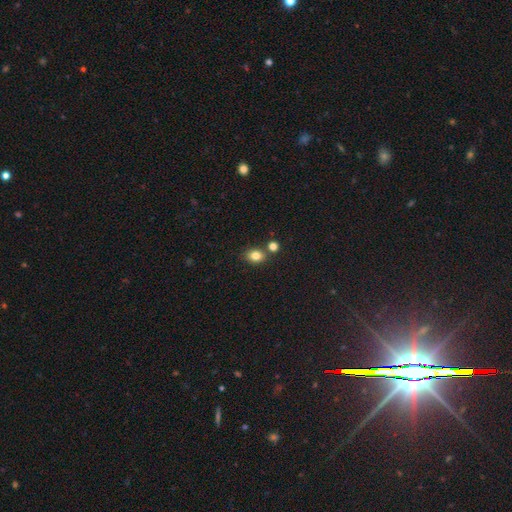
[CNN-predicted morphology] type=smooth (81%); roundness=in between (60%); merging=none (69%).